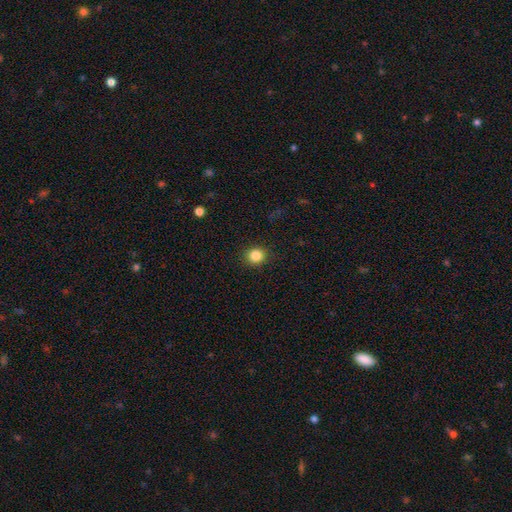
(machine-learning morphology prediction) A smooth galaxy with no disk features (85%) that is round (87%). Merging: none (90%).